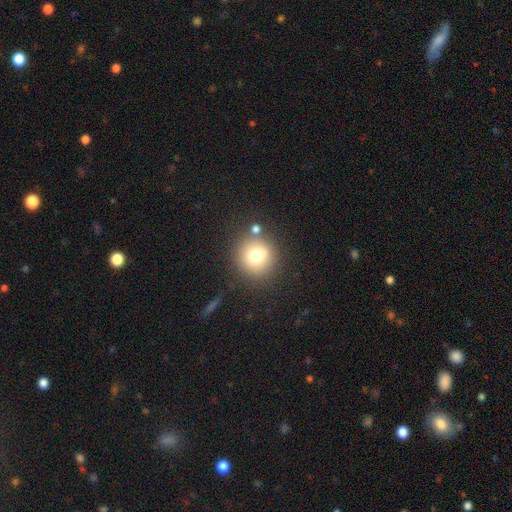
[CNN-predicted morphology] Overall: smooth (72%). How rounded: round (92%). Merging: none (75%).